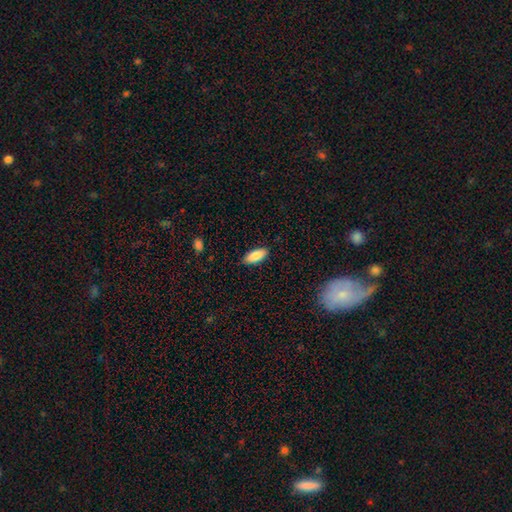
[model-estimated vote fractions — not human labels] smooth 86%, featured or disk 8%, star or artifact 6%. Down the decision tree: how rounded — in between (81%); merging — none (87%).